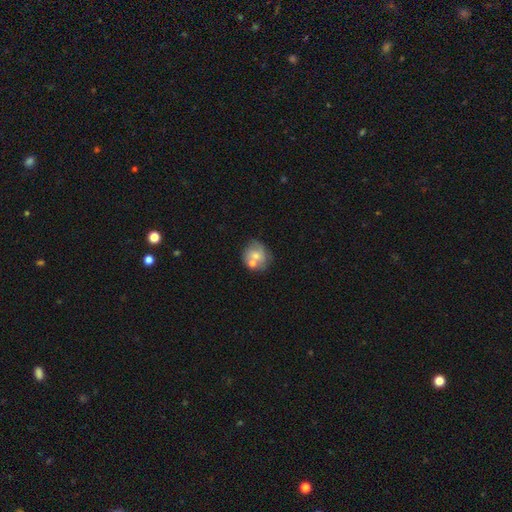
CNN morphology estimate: Overall: smooth (59%; featured or disk 33%). How rounded: round (76%). Merging: none (48%; merger 32%).